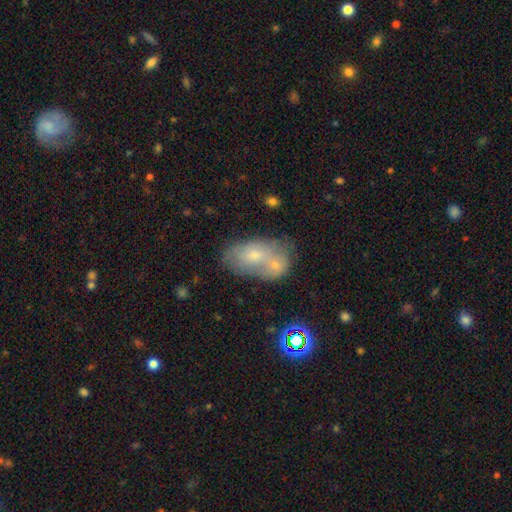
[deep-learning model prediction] Morphology: type=smooth (56%); roundness=in between (88%); merging=merger (56%).